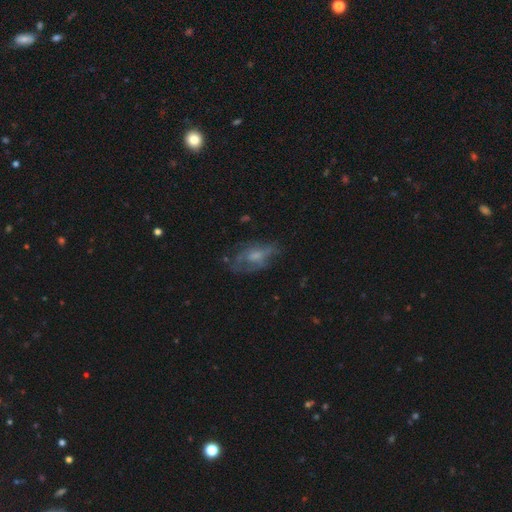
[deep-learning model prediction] Smooth or featured? Predicted: featured or disk (p=0.53). Edge-on disk? Predicted: no (p=0.91). Merging? Predicted: none (p=0.47).